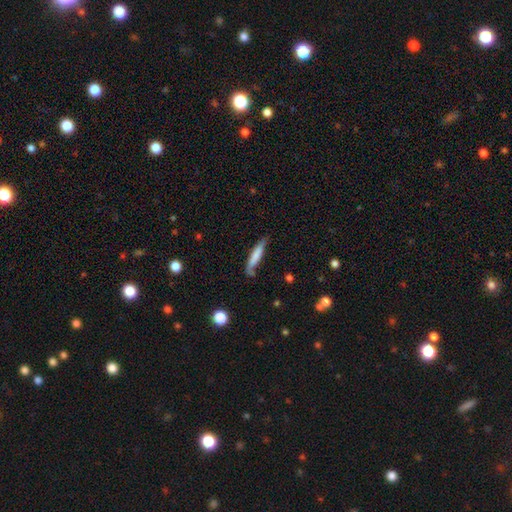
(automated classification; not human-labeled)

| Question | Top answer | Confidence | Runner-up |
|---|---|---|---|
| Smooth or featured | smooth | 70% | featured or disk (24%) |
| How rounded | cigar-shaped | 90% | in between (8%) |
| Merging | none | 65% | minor disturbance (25%) |